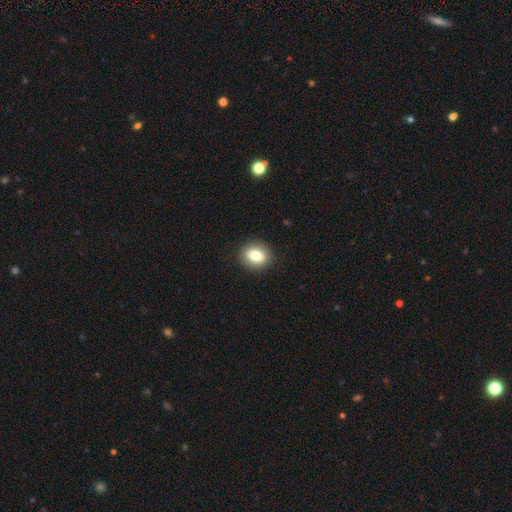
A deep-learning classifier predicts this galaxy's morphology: smooth 80%, featured or disk 11%, star or artifact 9%. Down the decision tree: how rounded — round (56%); merging — none (89%).